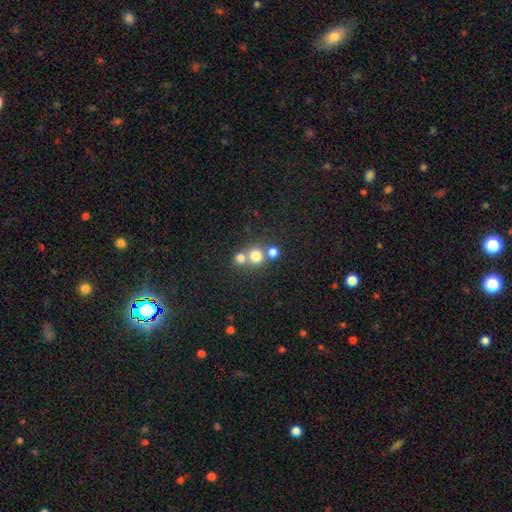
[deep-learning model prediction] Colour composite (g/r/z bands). It shows a smooth galaxy with no disk features (74%) that is round (88%). Merging: none (47%).